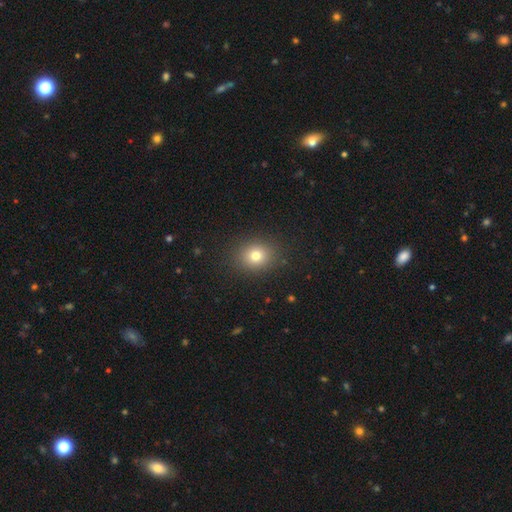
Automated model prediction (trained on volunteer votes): Smooth or featured: smooth — 77% (star or artifact — 14%)
How rounded: round — 69% (in between — 30%)
Merging: none — 88% (minor disturbance — 8%)